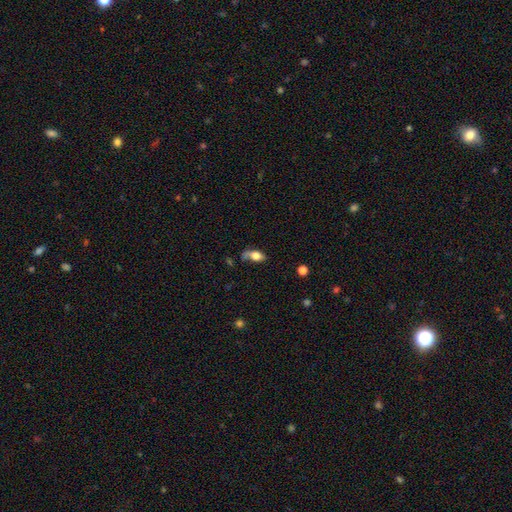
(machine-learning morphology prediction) Overall: smooth (69%). How rounded: in between (80%). Merging: none (39%; minor disturbance 27%).